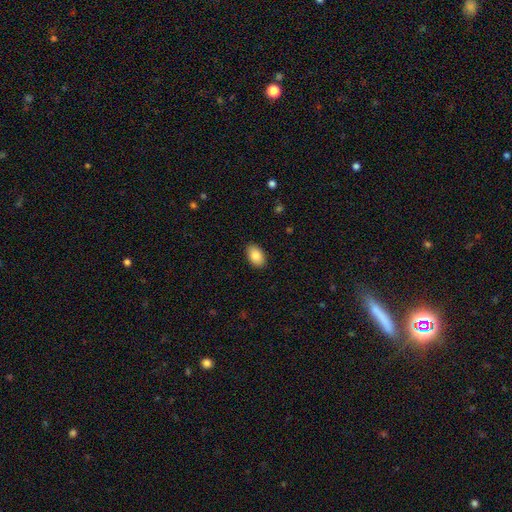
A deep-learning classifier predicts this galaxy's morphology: Smooth or featured?
  - smooth: 87% *
  - star or artifact: 7%
  - featured or disk: 6%
How rounded?
  - in between: 91% *
  - round: 8%
  - cigar-shaped: 1%
Merging?
  - none: 88% *
  - minor disturbance: 9%
  - major disturbance: 2%
  - merger: 1%